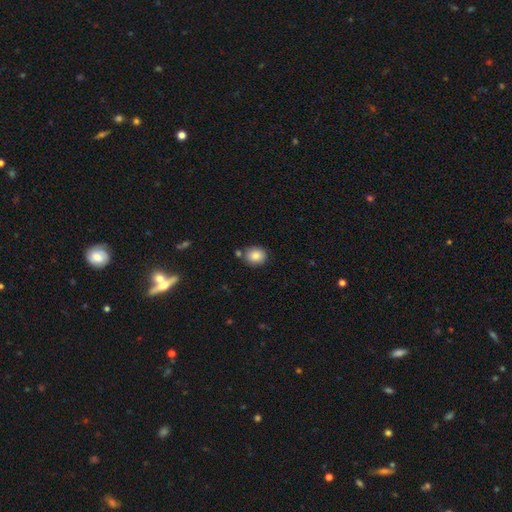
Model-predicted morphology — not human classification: smooth-or-featured: smooth: 84% | star or artifact: 9% | featured or disk: 7%
  how-rounded: round: 71% | in between: 28% | cigar-shaped: 1%
  merging: none: 76% | minor disturbance: 11% | merger: 10% | major disturbance: 3%